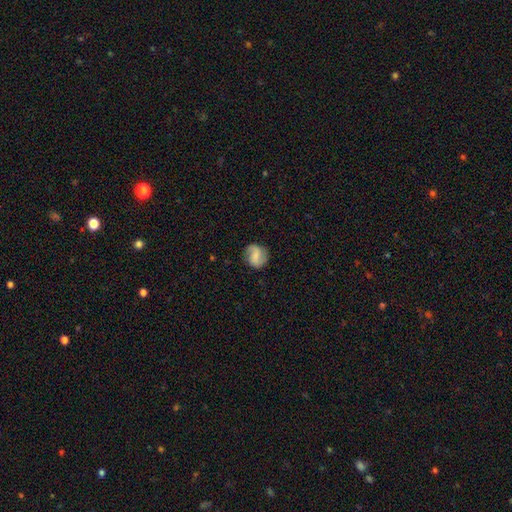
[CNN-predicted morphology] A smooth galaxy with no disk features (47%).

Vote fractions:
- Smooth or featured? smooth: 47% / featured or disk: 45% / star or artifact: 8%
- Merging? none: 77% / minor disturbance: 16% / major disturbance: 5% / merger: 1%